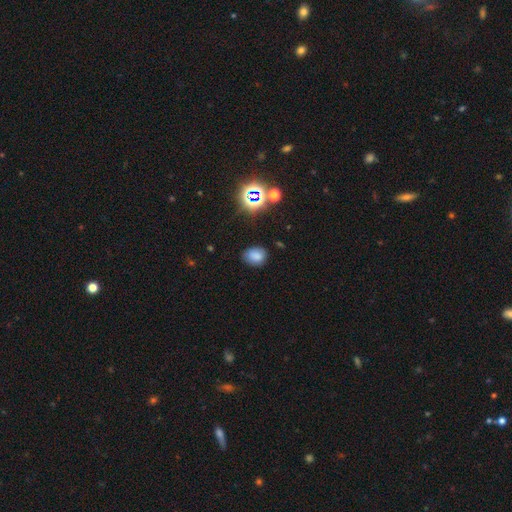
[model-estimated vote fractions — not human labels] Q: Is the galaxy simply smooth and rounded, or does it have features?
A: smooth — 76%.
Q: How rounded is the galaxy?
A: in between — 64%.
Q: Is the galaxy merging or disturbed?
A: none — 77%.